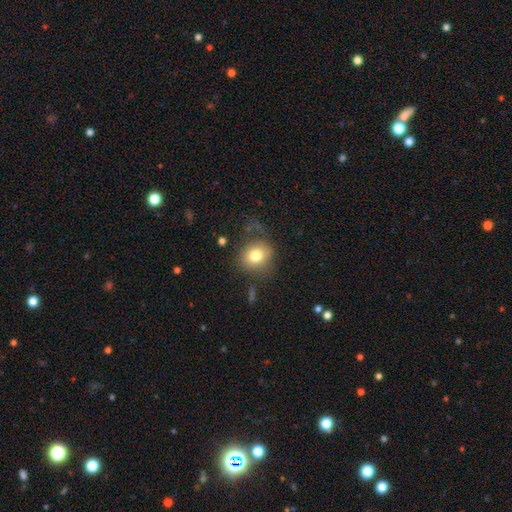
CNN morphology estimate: This is likely a smooth galaxy (77%). How rounded: likely round (77%). Merging: likely none (68%).